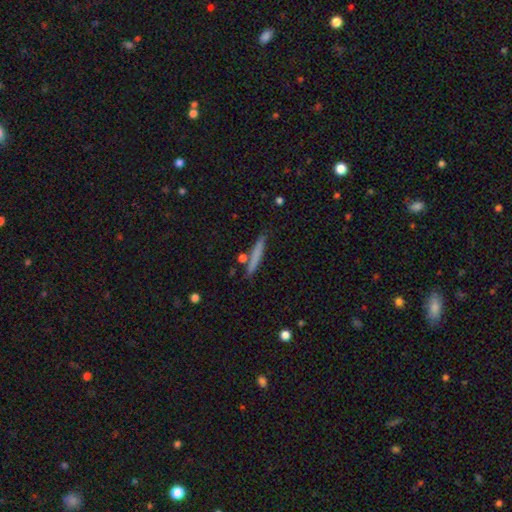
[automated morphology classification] smooth 68%, featured or disk 25%, star or artifact 6%. Down the decision tree: how rounded — cigar-shaped (95%); merging — none (84%).